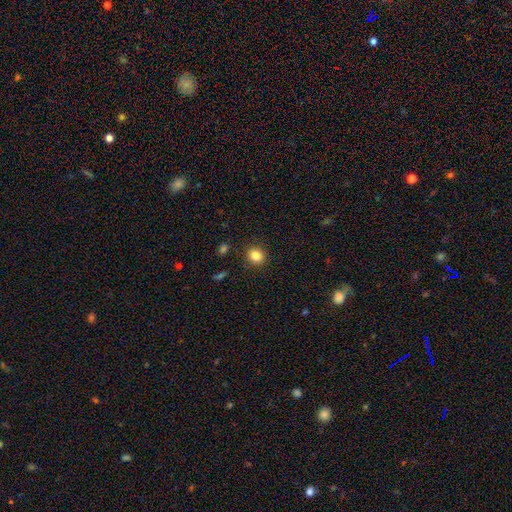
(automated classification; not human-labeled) The model was most divided on "how rounded": round: 84%, in between: 16%, cigar-shaped: 1%. More confident: merging — none (90%); smooth or featured — smooth (84%).